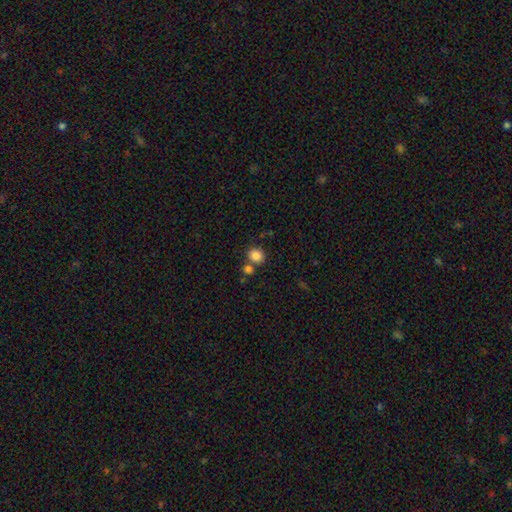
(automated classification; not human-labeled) Smooth or featured?
  - smooth: 85% *
  - star or artifact: 10%
  - featured or disk: 4%
How rounded?
  - round: 79% *
  - in between: 20%
  - cigar-shaped: 1%
Merging?
  - none: 69% *
  - merger: 19%
  - minor disturbance: 9%
  - major disturbance: 3%